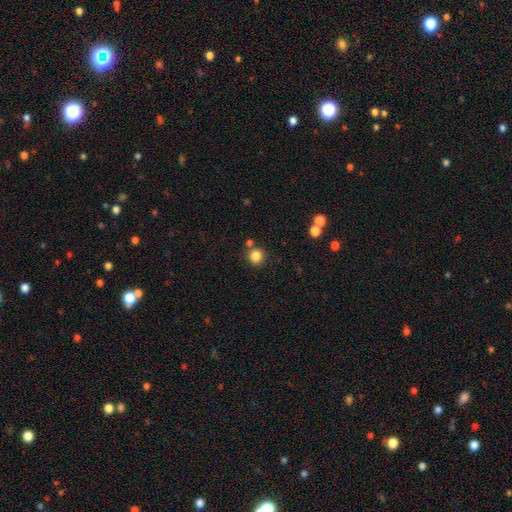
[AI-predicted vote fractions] Smooth or featured: smooth — 84% (star or artifact — 12%)
How rounded: round — 92% (in between — 7%)
Merging: none — 81% (merger — 9%)